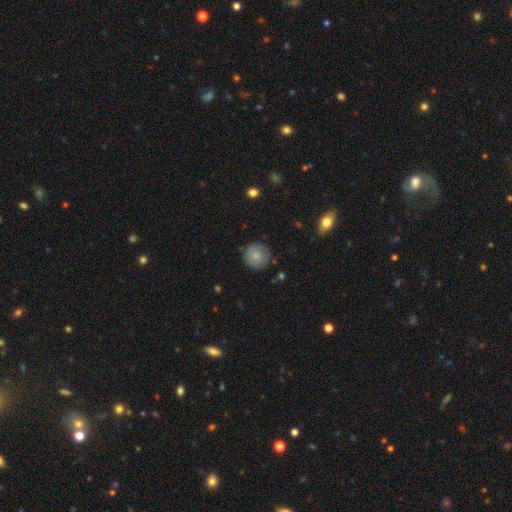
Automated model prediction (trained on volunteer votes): Smooth or featured?
  - smooth: 75% *
  - featured or disk: 17%
  - star or artifact: 8%
How rounded?
  - round: 94% *
  - in between: 6%
  - cigar-shaped: 1%
Merging?
  - none: 83% *
  - minor disturbance: 12%
  - major disturbance: 3%
  - merger: 1%